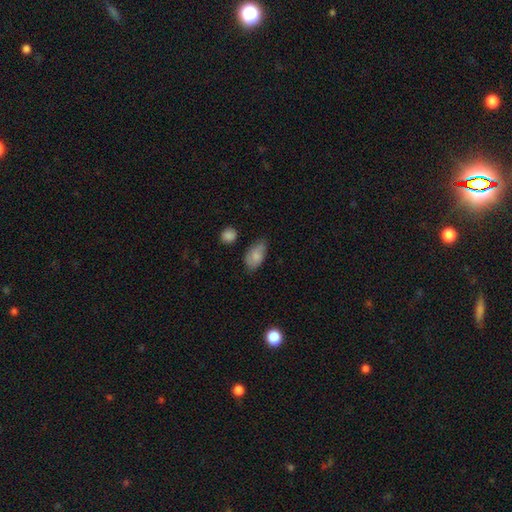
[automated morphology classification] A smooth galaxy with no disk features (73%) that is in between round and cigar-shaped (92%).

Vote fractions:
- Smooth or featured? smooth: 73% / featured or disk: 20% / star or artifact: 7%
- How rounded? in between: 92% / round: 6% / cigar-shaped: 3%
- Merging? none: 64% / minor disturbance: 27% / major disturbance: 6% / merger: 3%